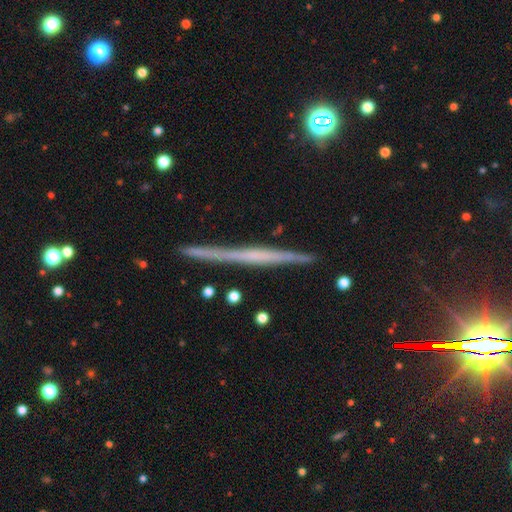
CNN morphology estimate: Smooth or featured?
  - featured or disk: 67% *
  - smooth: 25%
  - star or artifact: 8%
Edge-on disk?
  - yes: 98% *
  - no: 2%
Edge-on bulge?
  - none: 76% *
  - rounded: 15%
  - boxy: 9%
Merging?
  - none: 88% *
  - minor disturbance: 8%
  - merger: 2%
  - major disturbance: 2%